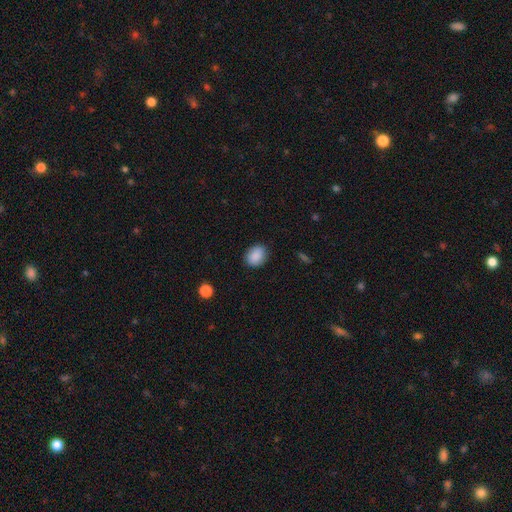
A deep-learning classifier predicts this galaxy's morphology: Smooth or featured? smooth (89%)
How rounded? in between (55%)
Merging? none (86%)